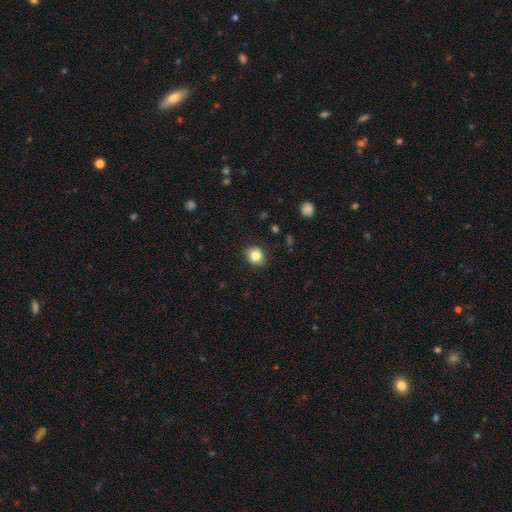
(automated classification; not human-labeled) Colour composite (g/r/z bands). It shows a smooth galaxy with no disk features (84%) that is round (75%). Merging: none (87%).